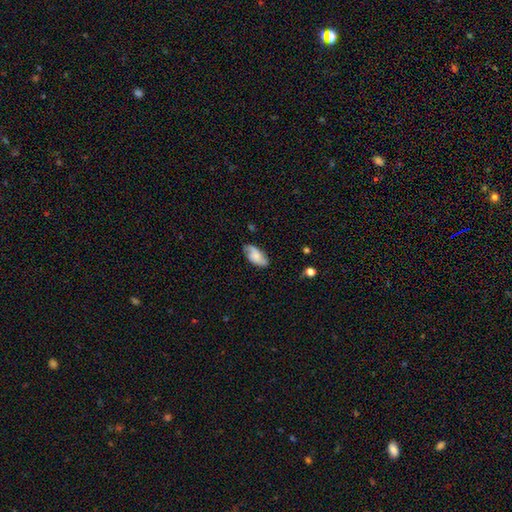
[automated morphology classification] Overall: smooth (51%; featured or disk 41%). How rounded: in between (91%). Merging: none (73%).